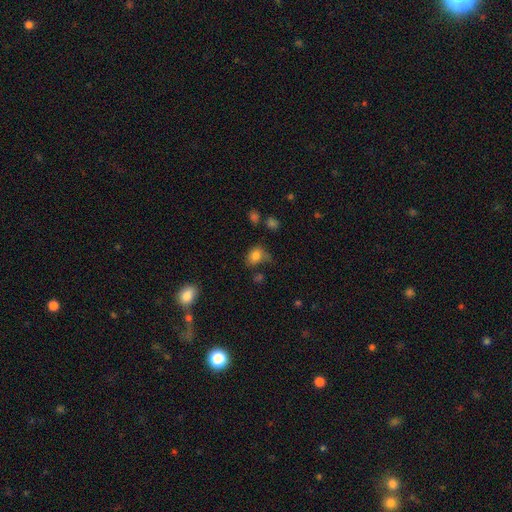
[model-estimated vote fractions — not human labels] Smooth or featured? smooth (79%)
How rounded? in between (58%)
Merging? none (50%)